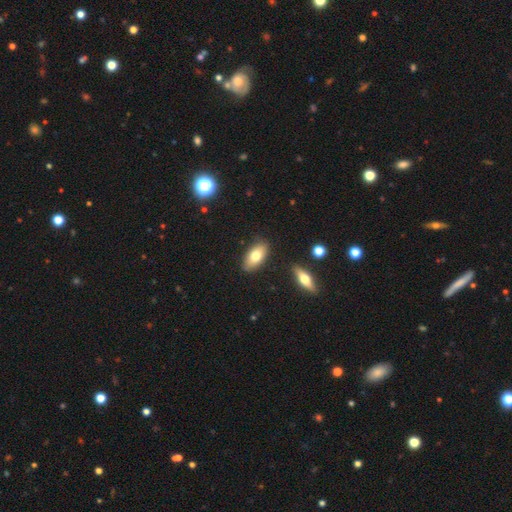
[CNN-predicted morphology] A smooth galaxy with no disk features (75%) that is in between round and cigar-shaped (90%). Merging: none (85%).